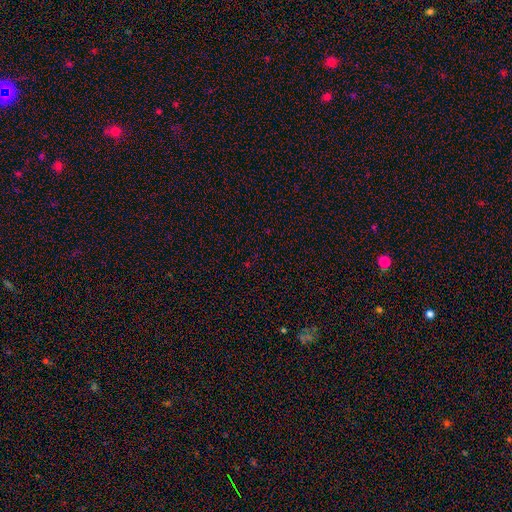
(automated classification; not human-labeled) Smooth or featured? star or artifact (64%)